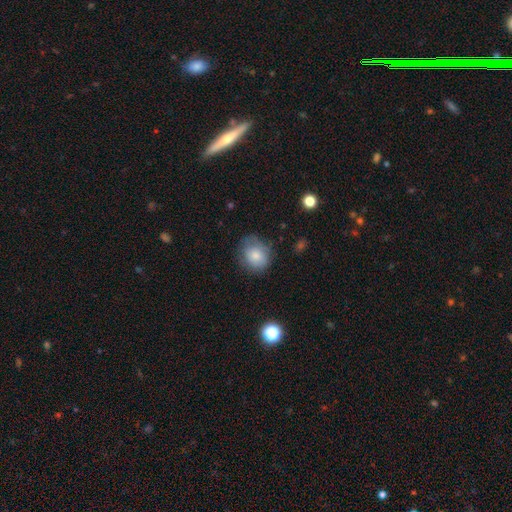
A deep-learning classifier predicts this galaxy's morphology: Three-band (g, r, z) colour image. It shows a smooth galaxy with no disk features (79%) that is round (65%). Merging: none (66%).